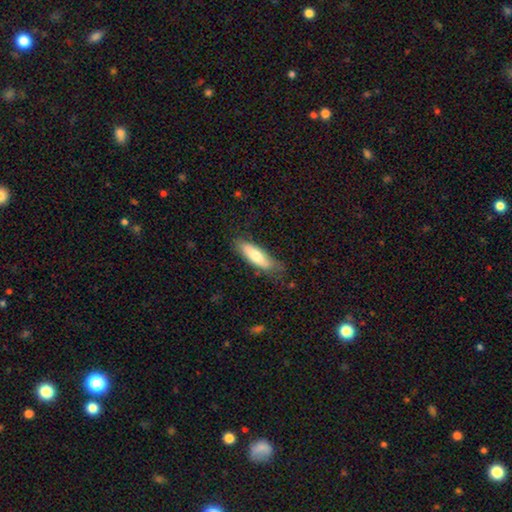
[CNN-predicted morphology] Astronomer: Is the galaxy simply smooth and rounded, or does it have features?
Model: smooth — 71%.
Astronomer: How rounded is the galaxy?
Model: in between — 52% (runner-up: cigar-shaped, 46%).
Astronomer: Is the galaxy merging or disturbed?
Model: none — 69%.